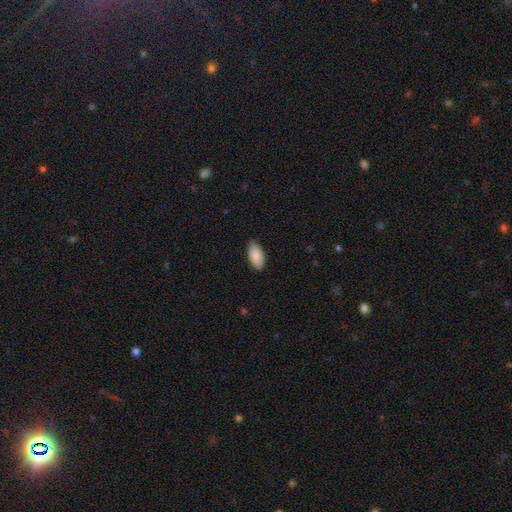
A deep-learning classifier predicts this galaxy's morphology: Smooth or featured?
  - smooth: 88% *
  - featured or disk: 6%
  - star or artifact: 6%
How rounded?
  - in between: 94% *
  - cigar-shaped: 4%
  - round: 2%
Merging?
  - none: 84% *
  - minor disturbance: 13%
  - major disturbance: 2%
  - merger: 1%